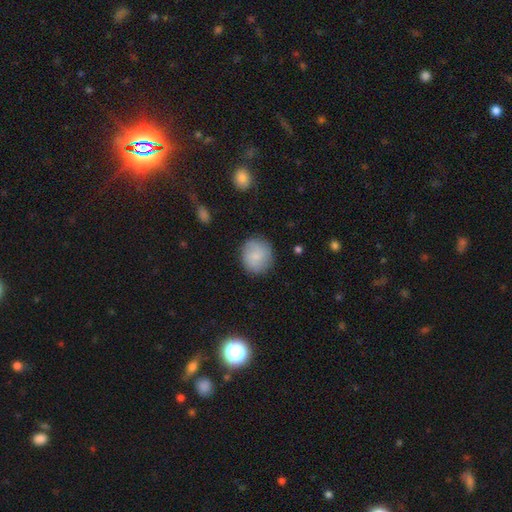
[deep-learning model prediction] The model was most divided on "smooth or featured": smooth: 77%, featured or disk: 16%, star or artifact: 7%. More confident: how rounded — round (86%); merging — none (83%).